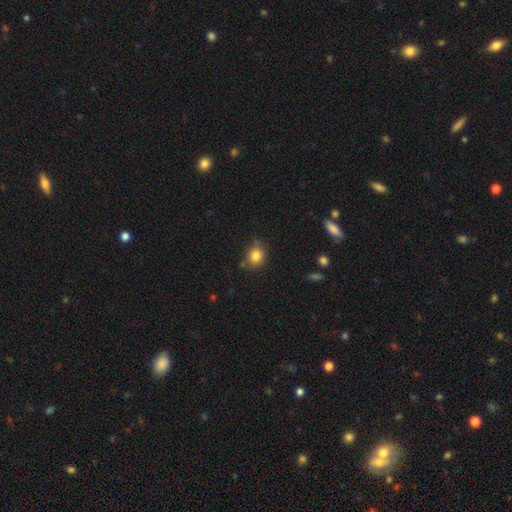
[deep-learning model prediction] Morphology: type=smooth (84%); roundness=round (67%); merging=none (76%).